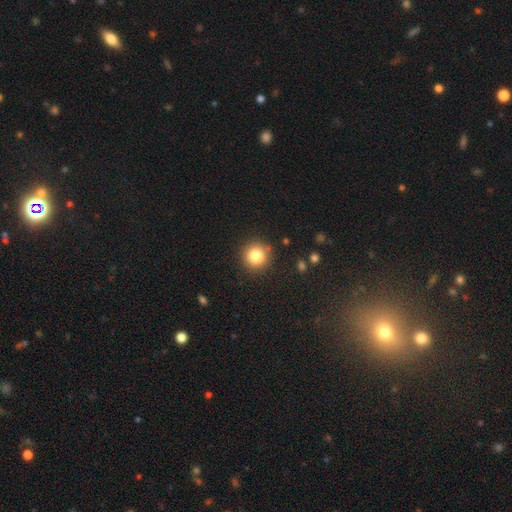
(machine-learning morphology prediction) Smooth or featured? smooth (82%)
How rounded? round (94%)
Merging? none (88%)